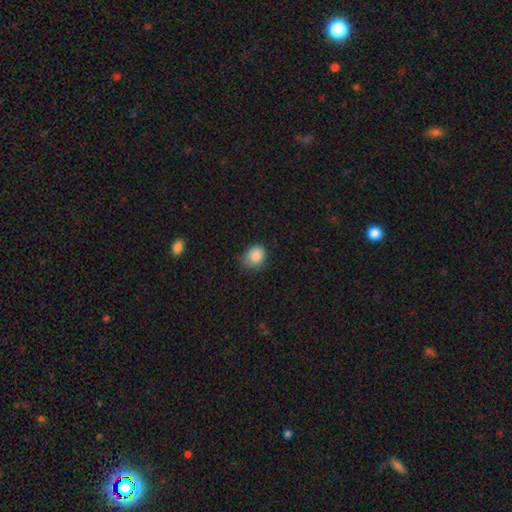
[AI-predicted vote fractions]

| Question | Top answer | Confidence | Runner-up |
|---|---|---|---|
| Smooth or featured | smooth | 87% | star or artifact (8%) |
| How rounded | in between | 53% | round (46%) |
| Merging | none | 62% | minor disturbance (31%) |